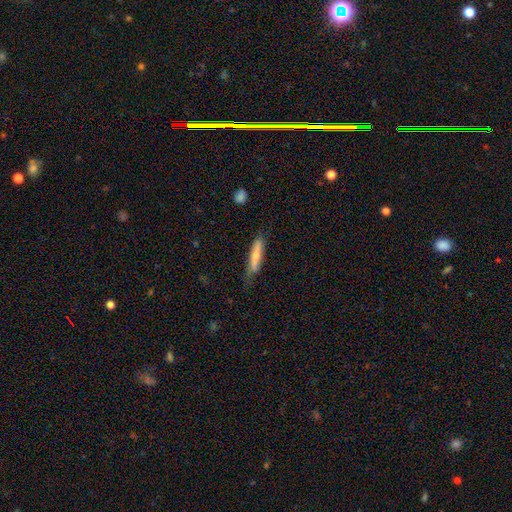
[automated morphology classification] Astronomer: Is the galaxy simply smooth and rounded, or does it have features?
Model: smooth — 66%.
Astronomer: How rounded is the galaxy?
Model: cigar-shaped — 84%.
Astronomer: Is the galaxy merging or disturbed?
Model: none — 69%.